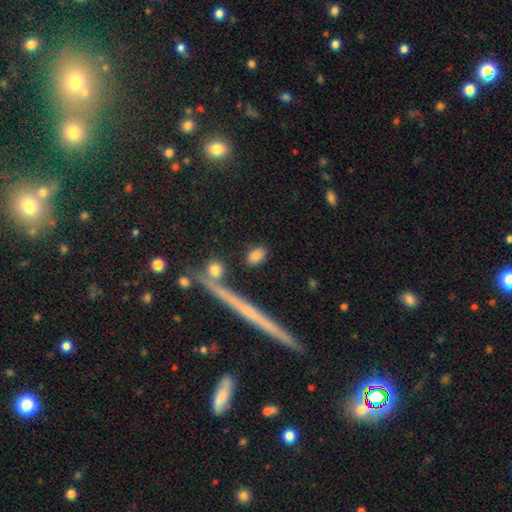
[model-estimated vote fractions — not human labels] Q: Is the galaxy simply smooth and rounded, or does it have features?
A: smooth — 83%.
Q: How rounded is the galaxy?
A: in between — 79%.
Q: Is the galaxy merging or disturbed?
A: none — 80%.